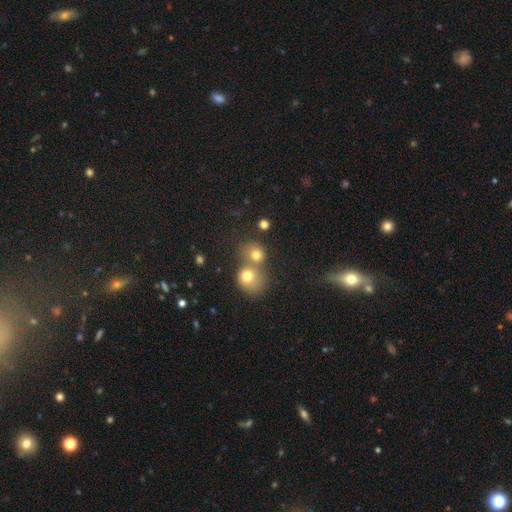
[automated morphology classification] Overall: smooth (68%). How rounded: round (77%). Merging: merger (51%; none 38%).